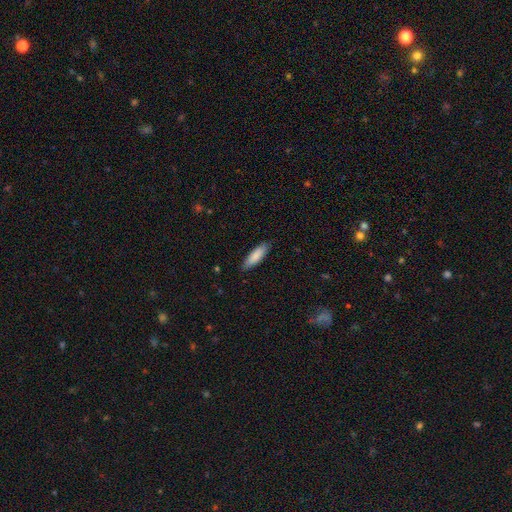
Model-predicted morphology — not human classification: Smooth or featured? Predicted: smooth (p=0.85). How rounded? Predicted: cigar-shaped (p=0.54). Merging? Predicted: none (p=0.85).